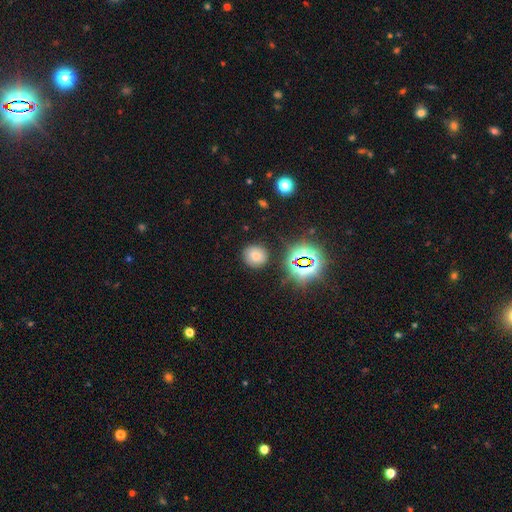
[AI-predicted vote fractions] Smooth or featured?
  - smooth: 68% *
  - star or artifact: 21%
  - featured or disk: 11%
How rounded?
  - round: 86% *
  - in between: 13%
  - cigar-shaped: 1%
Merging?
  - none: 85% *
  - minor disturbance: 10%
  - major disturbance: 3%
  - merger: 2%